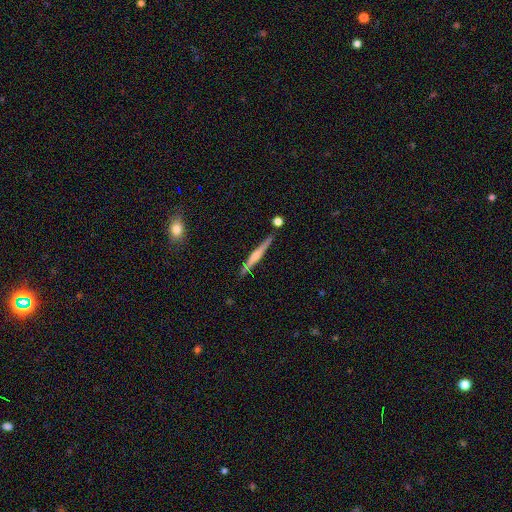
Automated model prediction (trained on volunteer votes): The model was most divided on "smooth or featured": featured or disk: 66%, smooth: 27%, star or artifact: 6%. More confident: edge-on disk — yes (97%); merging — none (84%); edge-on bulge — rounded (71%).